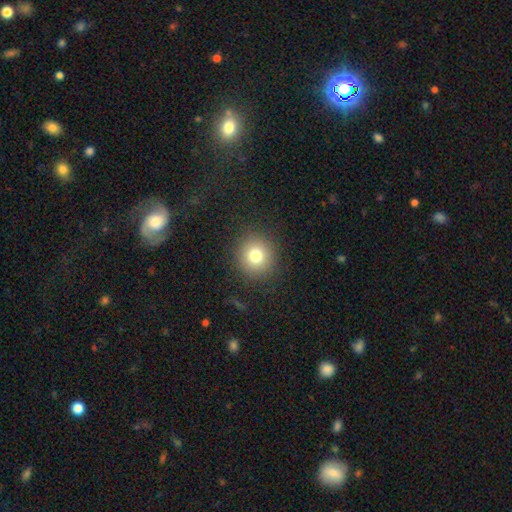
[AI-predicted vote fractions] A smooth galaxy with no disk features (78%) that is round (92%). Merging: none (90%).